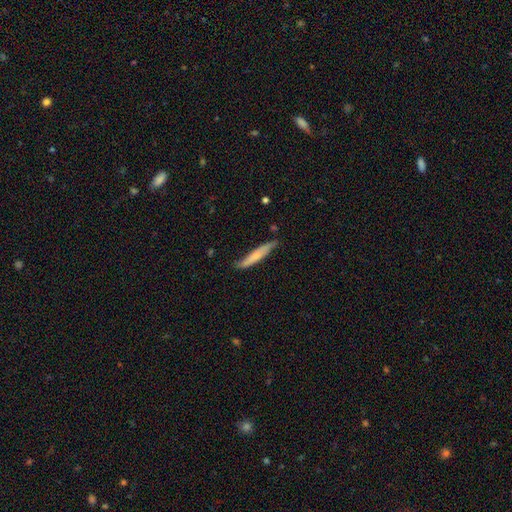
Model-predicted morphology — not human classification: A smooth galaxy with no disk features (61%) that is cigar-shaped (92%).

Vote fractions:
- Smooth or featured? smooth: 61% / featured or disk: 33% / star or artifact: 5%
- How rounded? cigar-shaped: 92% / in between: 7% / round: 1%
- Merging? none: 72% / minor disturbance: 23% / major disturbance: 3% / merger: 2%